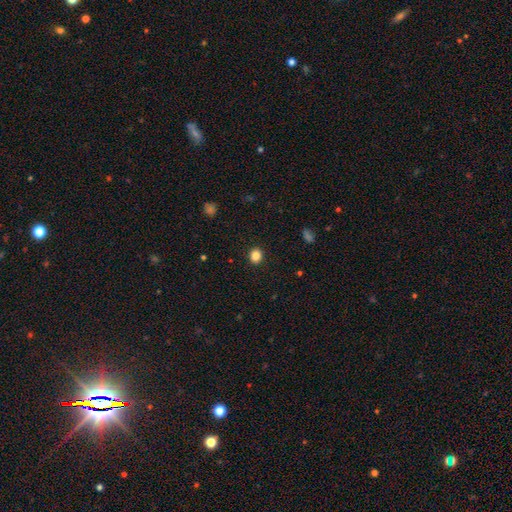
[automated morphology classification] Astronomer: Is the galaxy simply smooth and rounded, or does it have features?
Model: smooth — 85%.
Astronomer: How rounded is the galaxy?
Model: round — 74%.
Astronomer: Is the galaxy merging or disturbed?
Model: none — 92%.